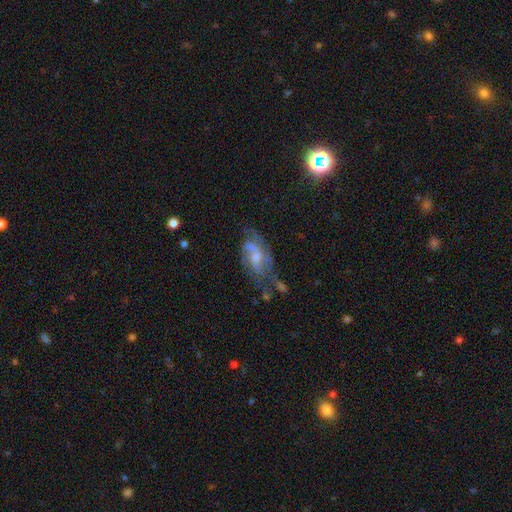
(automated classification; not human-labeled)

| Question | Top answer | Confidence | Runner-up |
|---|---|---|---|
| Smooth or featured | featured or disk | 73% | smooth (19%) |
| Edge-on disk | no | 94% | yes (6%) |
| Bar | weak | 46% | no (42%) |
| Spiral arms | yes | 84% | no (16%) |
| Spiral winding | medium | 42% | loose (39%) |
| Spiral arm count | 2 | 56% | can't tell (22%) |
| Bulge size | small | 50% | moderate (35%) |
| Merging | none | 44% | minor disturbance (24%) |